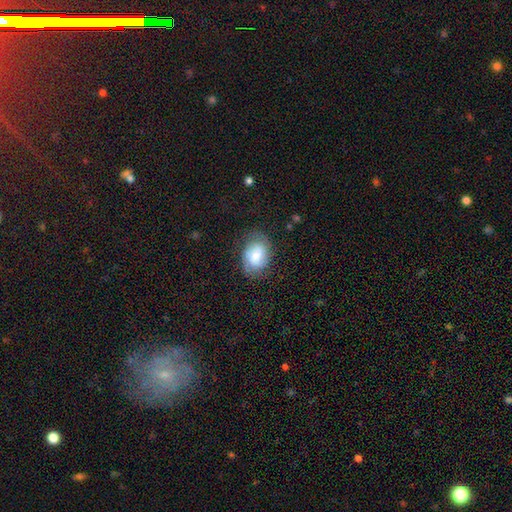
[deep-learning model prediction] Morphology: type=smooth (64%); roundness=in between (78%); merging=none (68%).